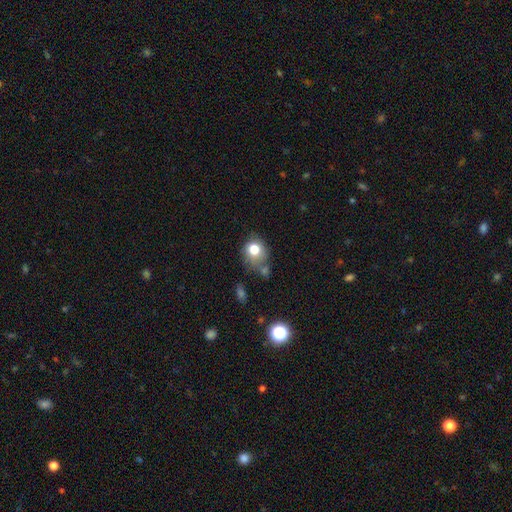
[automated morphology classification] A smooth galaxy with no disk features (68%) that is round (79%). Merging: none (59%).